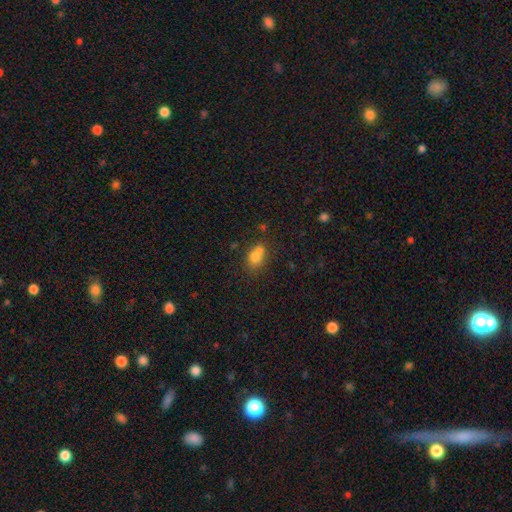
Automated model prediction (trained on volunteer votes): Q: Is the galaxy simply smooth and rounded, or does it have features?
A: smooth — 71%.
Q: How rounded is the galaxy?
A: in between — 52%.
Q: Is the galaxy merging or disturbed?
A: merger — 50%.